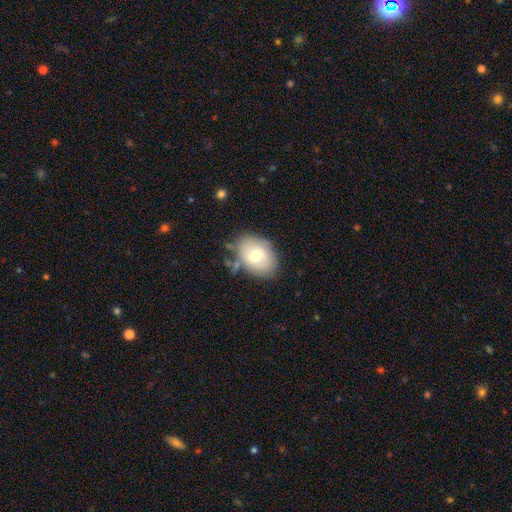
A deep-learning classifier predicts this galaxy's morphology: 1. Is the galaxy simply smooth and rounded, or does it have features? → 69% smooth, 23% featured or disk, 8% star or artifact.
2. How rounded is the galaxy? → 74% in between, 25% round, 1% cigar-shaped.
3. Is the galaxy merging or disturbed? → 73% none, 18% minor disturbance, 5% major disturbance, 4% merger.